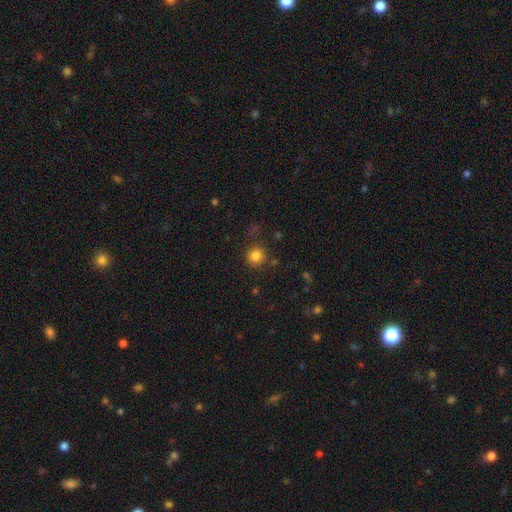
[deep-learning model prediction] Smooth or featured? smooth (83%)
How rounded? round (91%)
Merging? none (83%)